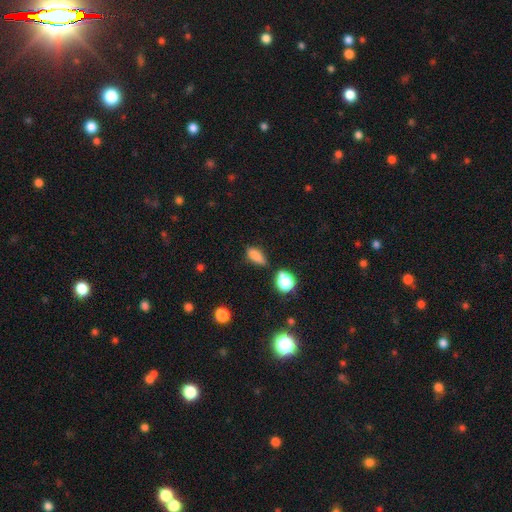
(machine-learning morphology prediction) Smooth or featured?
  - smooth: 79% *
  - star or artifact: 13%
  - featured or disk: 7%
How rounded?
  - in between: 68% *
  - cigar-shaped: 22%
  - round: 10%
Merging?
  - none: 70% *
  - minor disturbance: 18%
  - merger: 7%
  - major disturbance: 5%